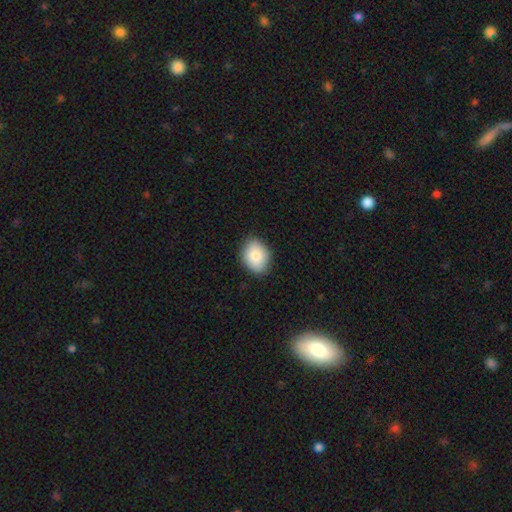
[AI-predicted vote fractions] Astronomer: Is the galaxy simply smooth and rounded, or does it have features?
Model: smooth — 84%.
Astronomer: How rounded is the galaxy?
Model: in between — 68%.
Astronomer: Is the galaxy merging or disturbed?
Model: none — 86%.